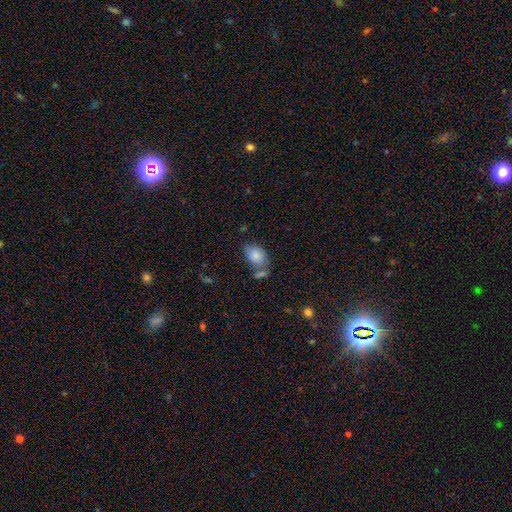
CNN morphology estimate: The model was most divided on "merging": none: 50%, minor disturbance: 21%, merger: 21%, major disturbance: 8%. More confident: smooth or featured — smooth (83%); how rounded — in between (81%).